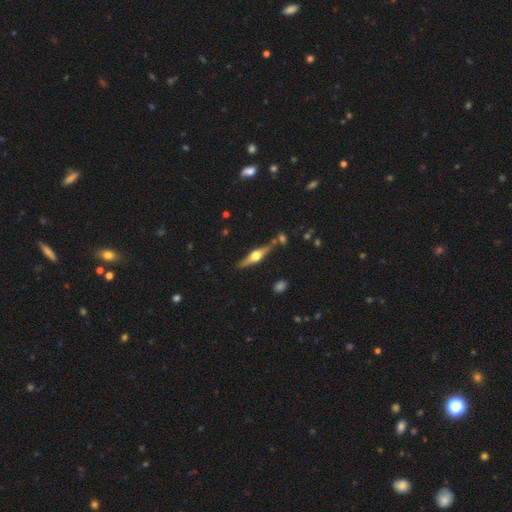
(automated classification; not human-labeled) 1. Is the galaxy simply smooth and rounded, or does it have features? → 72% featured or disk, 22% smooth, 6% star or artifact.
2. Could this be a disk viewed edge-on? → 96% yes, 4% no.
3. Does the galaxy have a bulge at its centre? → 95% rounded, 4% boxy, 2% none.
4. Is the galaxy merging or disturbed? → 81% none, 10% minor disturbance, 6% merger, 3% major disturbance.